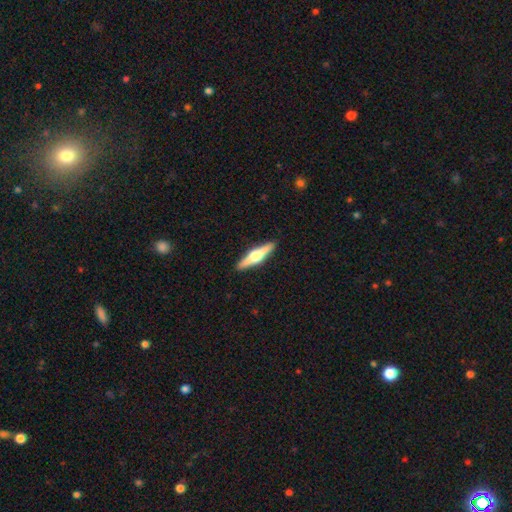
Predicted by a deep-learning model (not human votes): A featured or disk galaxy (69%) viewed edge-on (98%) with a rounded central bulge (95%). Merging: none (92%).